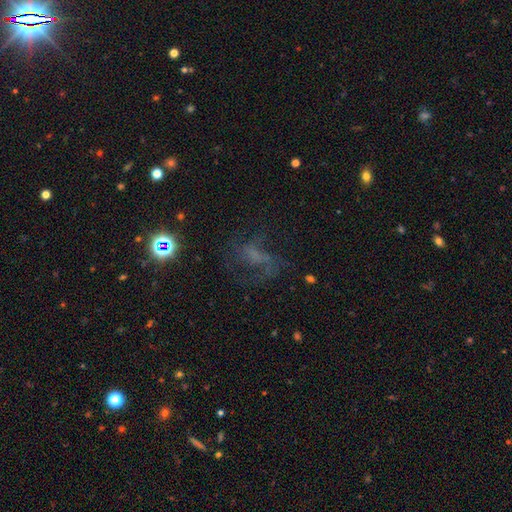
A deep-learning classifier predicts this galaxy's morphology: This appears to be a featured or disk galaxy (45%). Merging: none (48%).